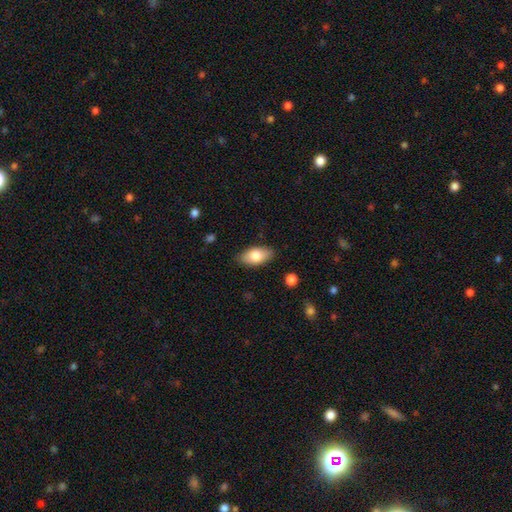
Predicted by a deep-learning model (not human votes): smooth-or-featured: smooth: 80% | featured or disk: 13% | star or artifact: 6%
  how-rounded: in between: 93% | cigar-shaped: 4% | round: 4%
  merging: none: 85% | minor disturbance: 11% | major disturbance: 2% | merger: 1%